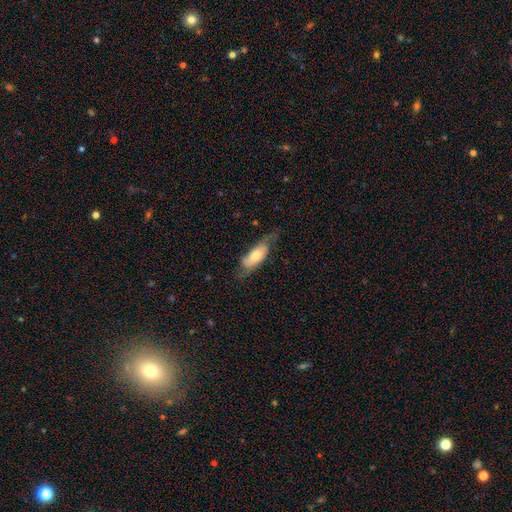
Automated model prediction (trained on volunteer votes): This is possibly a smooth galaxy (53%). How rounded: likely in between (67%). Merging: possibly none (52%).